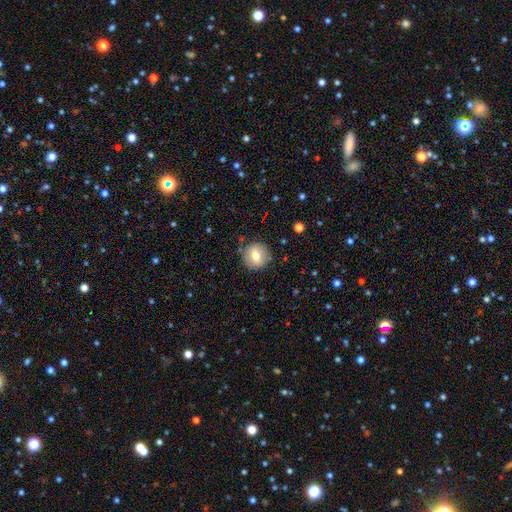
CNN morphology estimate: Smooth or featured: smooth — 69% (featured or disk — 22%)
How rounded: round — 90% (in between — 9%)
Merging: none — 86% (minor disturbance — 10%)